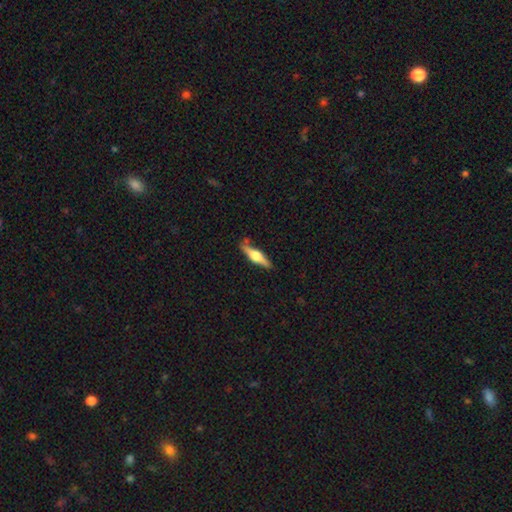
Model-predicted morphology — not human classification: Overall: featured or disk (65%; smooth 30%). Edge-on disk: yes (97%). Edge-on bulge: rounded (93%). Merging: none (83%).